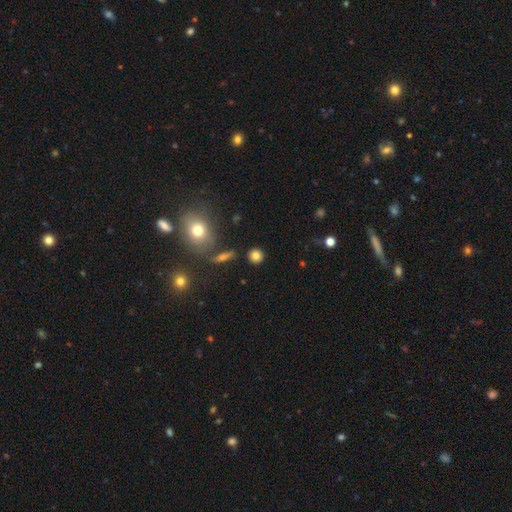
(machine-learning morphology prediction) Q: Smooth or featured?
A: smooth (81%); runner-up: star or artifact (11%)
Q: How rounded?
A: round (89%); runner-up: in between (9%)
Q: Merging?
A: none (87%); runner-up: minor disturbance (7%)